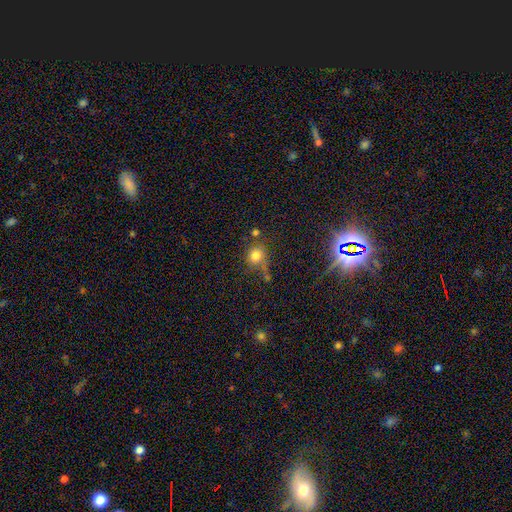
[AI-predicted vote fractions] The model was most divided on "merging": none: 62%, minor disturbance: 17%, merger: 13%, major disturbance: 8%. More confident: how rounded — round (82%); smooth or featured — smooth (77%).